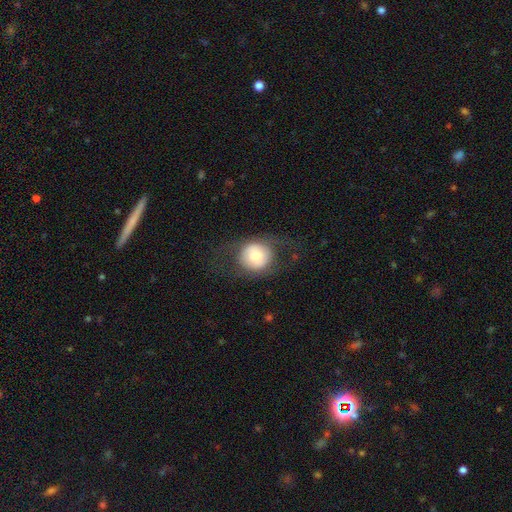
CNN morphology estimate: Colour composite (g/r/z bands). It shows a smooth galaxy with no disk features (65%) that is round (87%). Merging: none (66%).